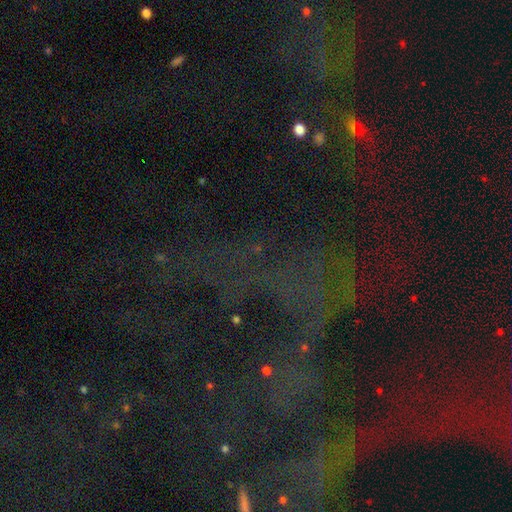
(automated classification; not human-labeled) Smooth or featured?
  - star or artifact: 77% *
  - featured or disk: 12%
  - smooth: 11%